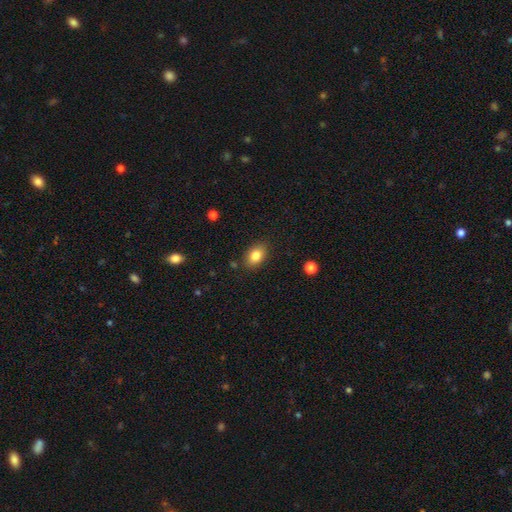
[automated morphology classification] Smooth or featured: smooth — 83% (star or artifact — 9%)
How rounded: in between — 79% (round — 20%)
Merging: none — 84% (minor disturbance — 11%)